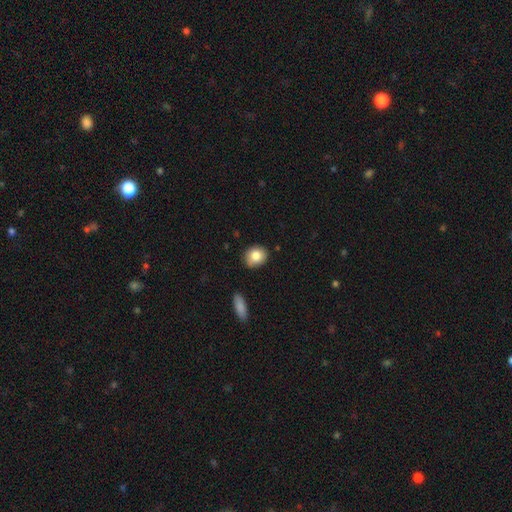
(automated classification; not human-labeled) Smooth or featured? Predicted: smooth (p=0.83). How rounded? Predicted: round (p=0.58). Merging? Predicted: none (p=0.84).